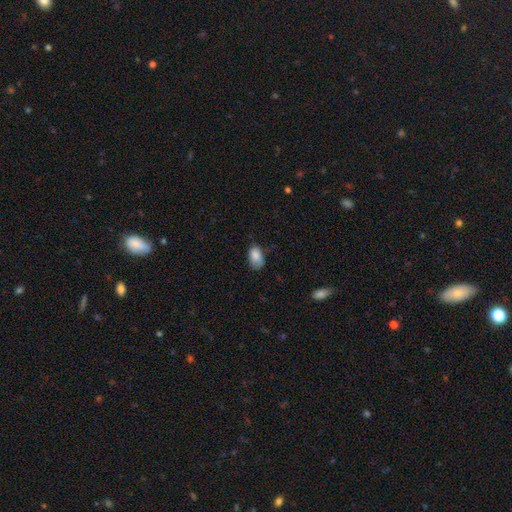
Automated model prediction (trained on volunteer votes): A smooth galaxy with no disk features (85%) that is in between round and cigar-shaped (90%).

Vote fractions:
- Smooth or featured? smooth: 85% / featured or disk: 8% / star or artifact: 8%
- How rounded? in between: 90% / round: 9% / cigar-shaped: 1%
- Merging? none: 53% / minor disturbance: 35% / major disturbance: 10% / merger: 2%